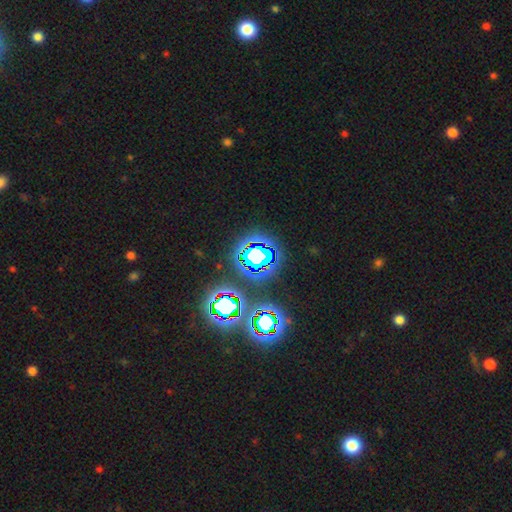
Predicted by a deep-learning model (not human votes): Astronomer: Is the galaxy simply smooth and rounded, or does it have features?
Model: star or artifact — 65%.